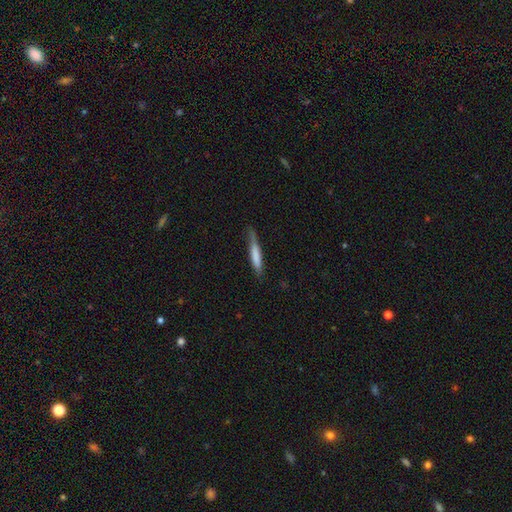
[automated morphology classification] smooth_or_featured: smooth (p=0.70) [alt: featured or disk p=0.24]
how_rounded: cigar-shaped (p=0.91) [alt: in between p=0.08]
merging: none (p=0.69) [alt: minor disturbance p=0.24]